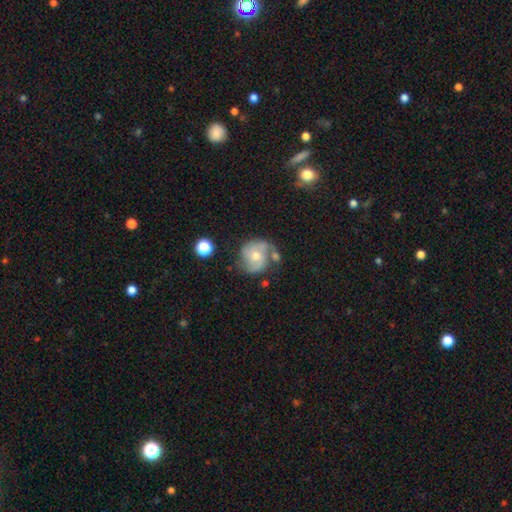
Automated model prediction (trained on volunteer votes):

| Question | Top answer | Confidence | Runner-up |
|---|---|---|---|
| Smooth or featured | featured or disk | 69% | smooth (24%) |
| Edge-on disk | no | 98% | yes (2%) |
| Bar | no | 68% | weak (27%) |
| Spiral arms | yes | 89% | no (11%) |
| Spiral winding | medium | 48% | tight (31%) |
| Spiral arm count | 2 | 67% | can't tell (12%) |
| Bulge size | moderate | 59% | small (36%) |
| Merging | none | 53% | minor disturbance (23%) |